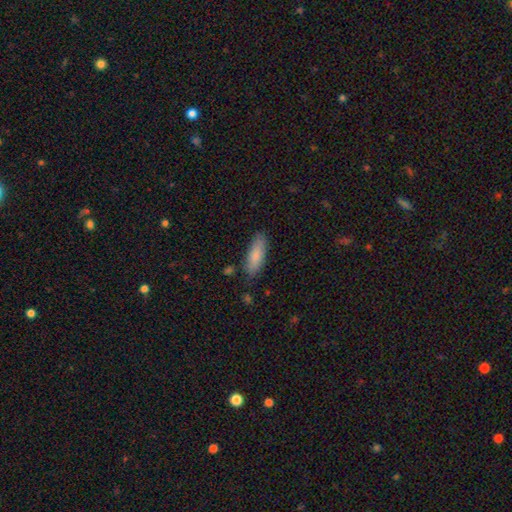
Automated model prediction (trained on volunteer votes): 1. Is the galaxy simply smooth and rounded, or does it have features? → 84% smooth, 10% featured or disk, 6% star or artifact.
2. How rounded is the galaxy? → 59% in between, 39% cigar-shaped, 2% round.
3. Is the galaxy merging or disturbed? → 81% none, 14% minor disturbance, 3% major disturbance, 2% merger.